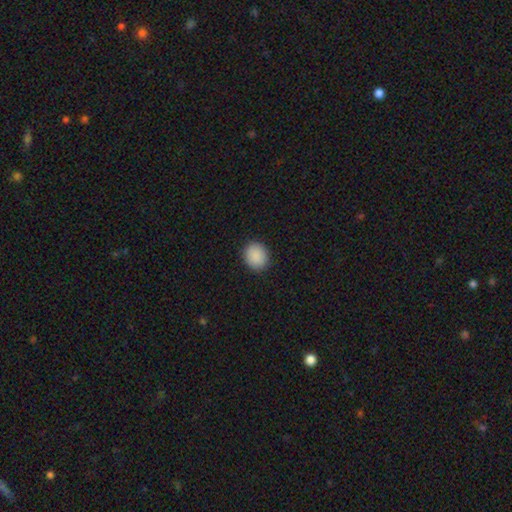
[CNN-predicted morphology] Smooth or featured?
  - smooth: 90% *
  - star or artifact: 8%
  - featured or disk: 3%
How rounded?
  - round: 71% *
  - in between: 28%
  - cigar-shaped: 1%
Merging?
  - none: 90% *
  - minor disturbance: 7%
  - major disturbance: 2%
  - merger: 1%